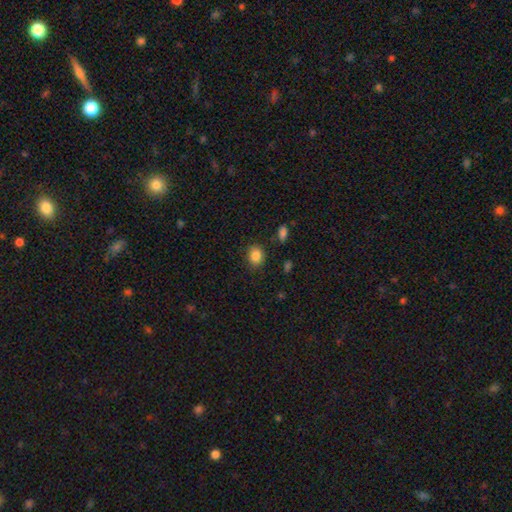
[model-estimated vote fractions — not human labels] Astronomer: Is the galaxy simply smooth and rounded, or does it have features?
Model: smooth — 86%.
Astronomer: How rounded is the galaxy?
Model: round — 59% (runner-up: in between, 40%).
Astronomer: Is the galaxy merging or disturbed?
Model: none — 85%.